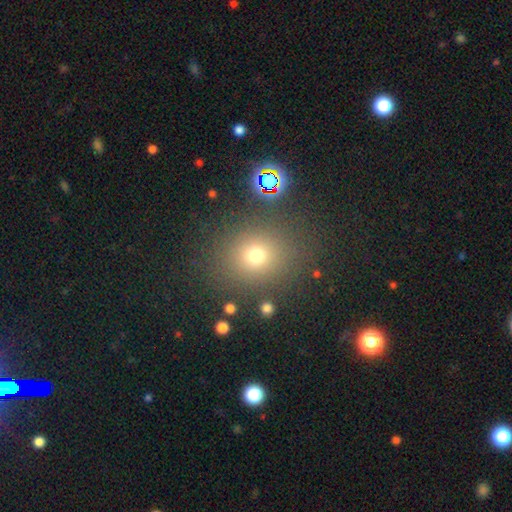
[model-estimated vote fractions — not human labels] Q: Smooth or featured?
A: smooth (71%); runner-up: star or artifact (20%)
Q: How rounded?
A: round (79%); runner-up: in between (20%)
Q: Merging?
A: none (82%); runner-up: minor disturbance (9%)